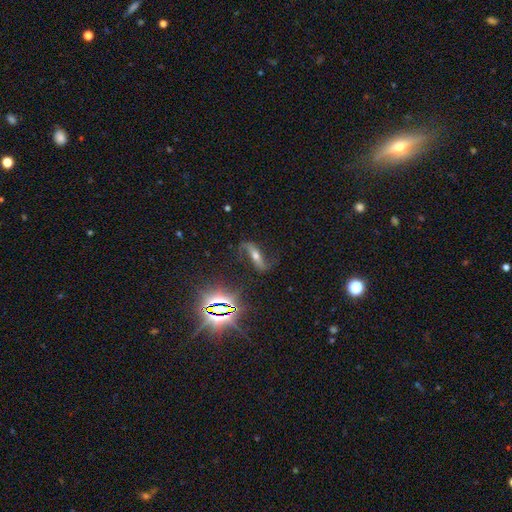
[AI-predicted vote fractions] smooth-or-featured: featured or disk: 69% | star or artifact: 16% | smooth: 15%
  disk-edge-on: no: 76% | yes: 24%
    bar: strong: 47% | no: 32% | weak: 21%
    has-spiral-arms: yes: 89% | no: 11%
    bulge-size: moderate: 57% | small: 27% | large: 9% | none: 4% | dominant: 3%
  merging: none: 72% | minor disturbance: 15% | major disturbance: 10% | merger: 2%